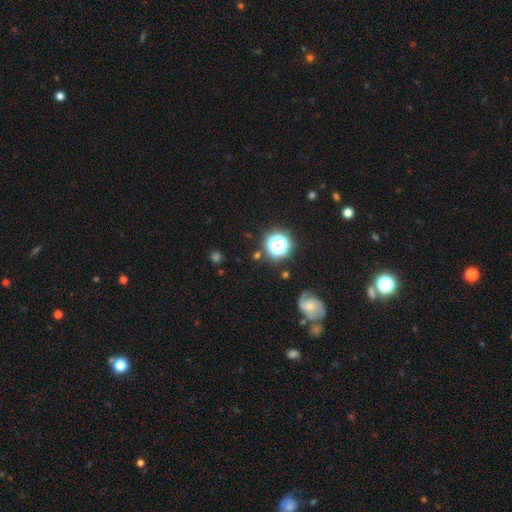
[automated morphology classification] Smooth or featured: star or artifact — 50% (smooth — 32%)